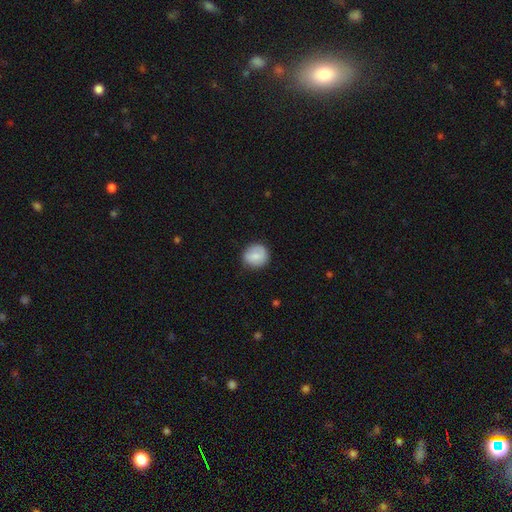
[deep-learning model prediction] The model was most divided on "smooth or featured": smooth: 82%, featured or disk: 11%, star or artifact: 7%. More confident: how rounded — round (89%); merging — none (84%).